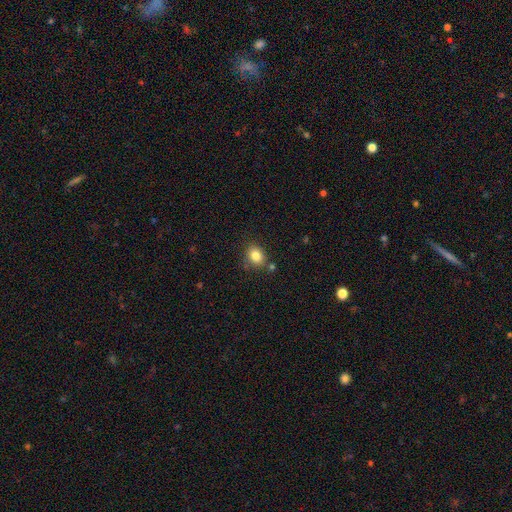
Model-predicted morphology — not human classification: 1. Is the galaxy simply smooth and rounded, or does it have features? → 83% smooth, 10% star or artifact, 7% featured or disk.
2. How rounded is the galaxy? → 50% in between, 49% round, 1% cigar-shaped.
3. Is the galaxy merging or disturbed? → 76% none, 14% minor disturbance, 6% merger, 3% major disturbance.